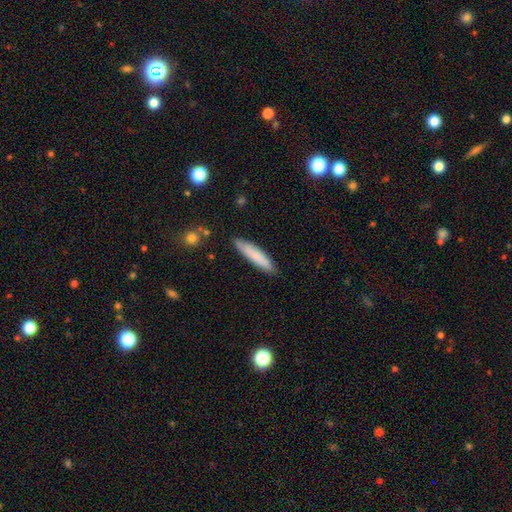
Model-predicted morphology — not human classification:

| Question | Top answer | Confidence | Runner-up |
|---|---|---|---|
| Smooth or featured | smooth | 80% | featured or disk (14%) |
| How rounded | cigar-shaped | 85% | in between (14%) |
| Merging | none | 86% | minor disturbance (11%) |